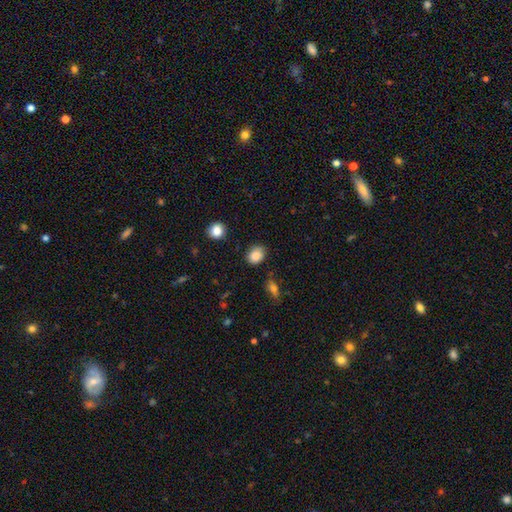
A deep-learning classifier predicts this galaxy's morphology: Overall: smooth (86%). How rounded: round (52%; in between 47%). Merging: none (80%).